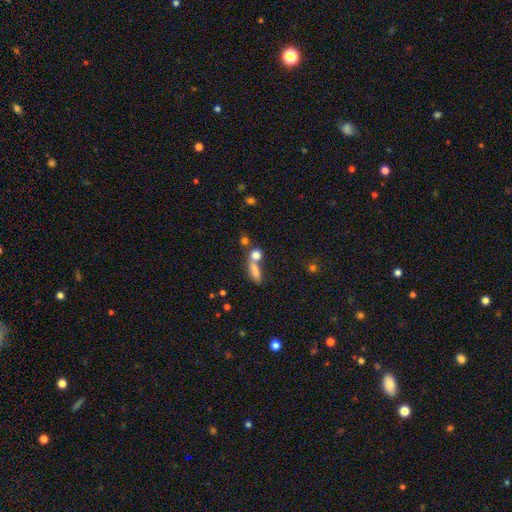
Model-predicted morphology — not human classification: This is likely a smooth galaxy (77%). How rounded: possibly round (54%). Merging: possibly none (47%).